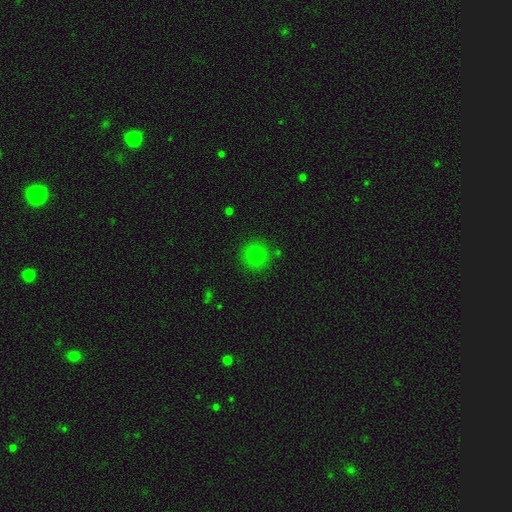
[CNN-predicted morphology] Smooth or featured: smooth — 77% (star or artifact — 15%)
How rounded: round — 94% (in between — 5%)
Merging: none — 88% (minor disturbance — 7%)